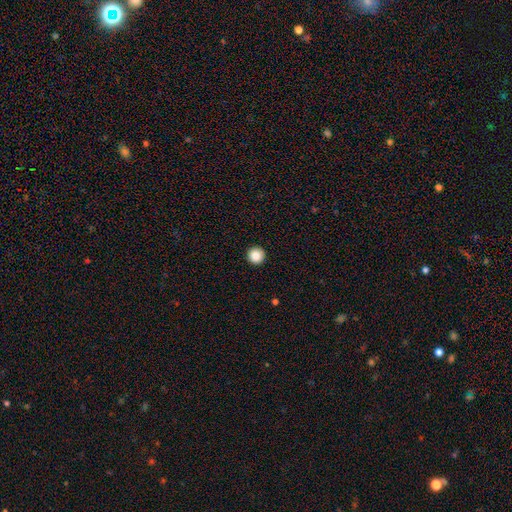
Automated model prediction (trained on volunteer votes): Q: Smooth or featured?
A: smooth (87%); runner-up: star or artifact (9%)
Q: How rounded?
A: round (96%); runner-up: in between (3%)
Q: Merging?
A: none (94%); runner-up: minor disturbance (4%)